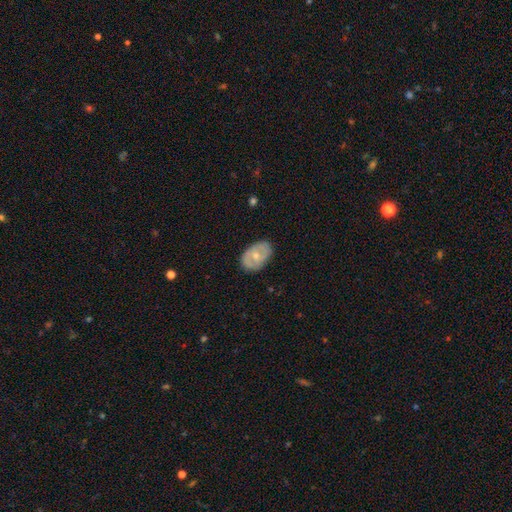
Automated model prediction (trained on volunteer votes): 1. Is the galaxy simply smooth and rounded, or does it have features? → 47% smooth (tied), 47% featured or disk (tied), 6% star or artifact.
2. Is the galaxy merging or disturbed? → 79% none, 16% minor disturbance, 4% major disturbance, 1% merger.